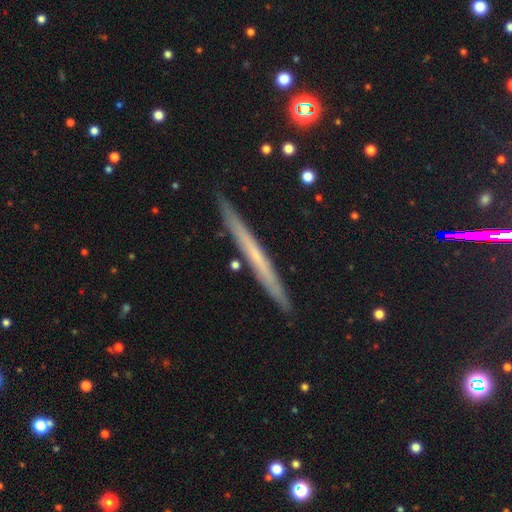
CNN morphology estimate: This appears to be a featured or disk galaxy (53%) viewed edge-on (96%) with no central bulge (88%). Merging: none (90%).